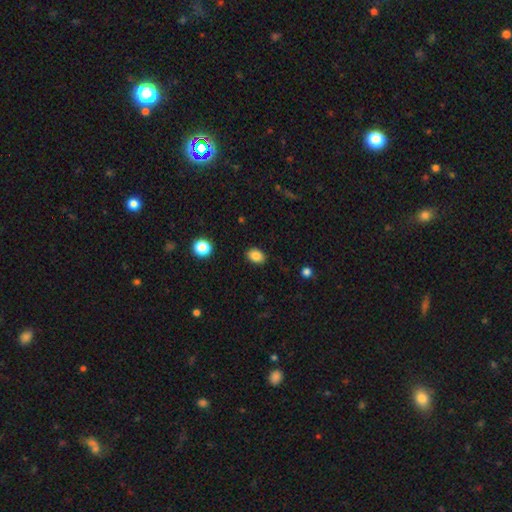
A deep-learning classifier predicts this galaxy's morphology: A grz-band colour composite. It shows a smooth galaxy with no disk features (85%) that is in between round and cigar-shaped (71%). Merging: none (87%).